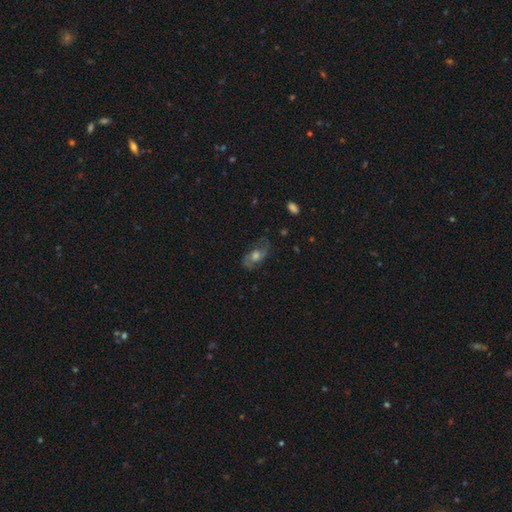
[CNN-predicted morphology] The model was most divided on "spiral winding": medium: 45%, loose: 35%, tight: 20%. More confident: edge-on disk — no (92%); spiral arms — yes (85%); spiral arm count — 2 (84%); merging — none (72%); bar — no (68%); smooth or featured — featured or disk (68%); bulge size — moderate (62%).